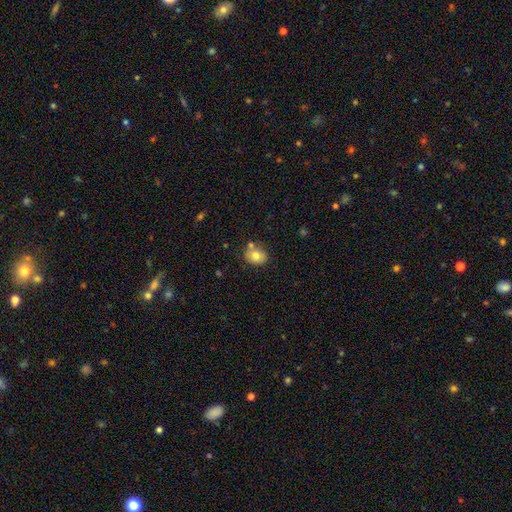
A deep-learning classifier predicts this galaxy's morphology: This appears to be a smooth galaxy with no disk features (76%) that is round (57%). Merging: none (64%).